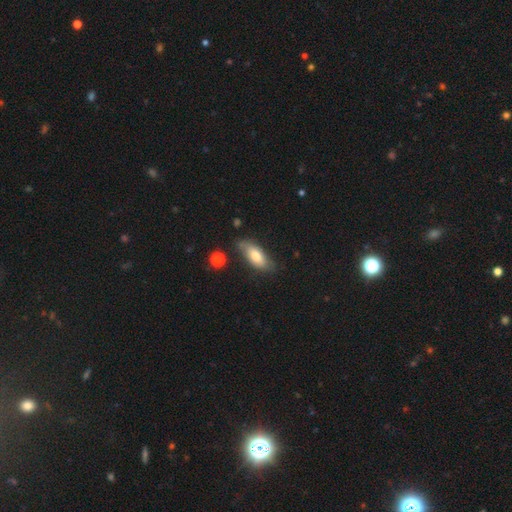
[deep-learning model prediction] This is likely a smooth galaxy (74%). How rounded: likely in between (78%). Merging: likely none (68%).